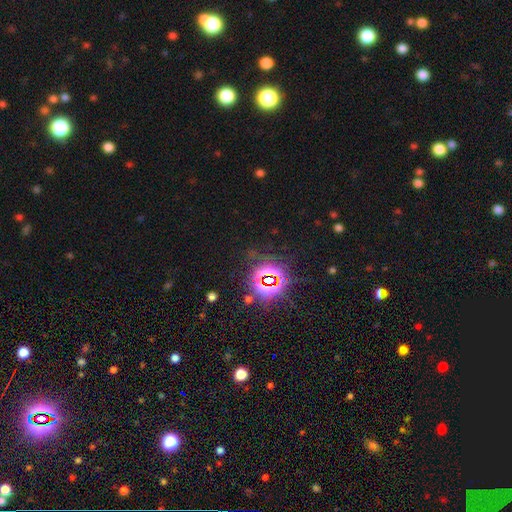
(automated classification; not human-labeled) Smooth or featured?
  - star or artifact: 82% *
  - smooth: 11%
  - featured or disk: 7%